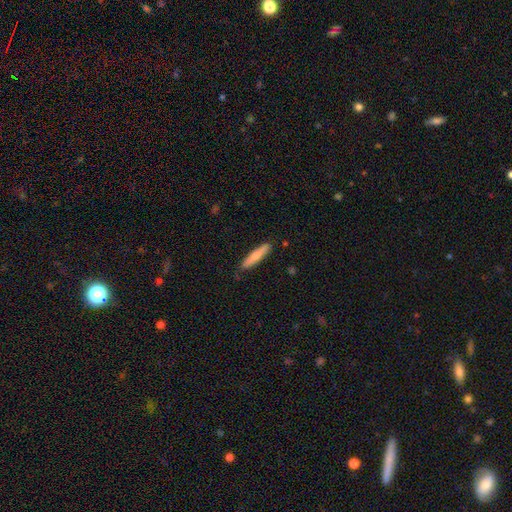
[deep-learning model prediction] Overall: smooth (65%; featured or disk 30%). How rounded: cigar-shaped (89%). Merging: none (87%).